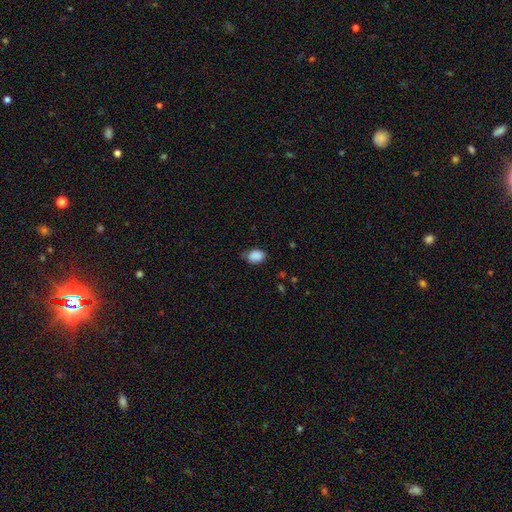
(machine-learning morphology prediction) The model was most divided on "merging": none: 65%, minor disturbance: 28%, major disturbance: 5%, merger: 2%. More confident: smooth or featured — smooth (88%); how rounded — in between (75%).